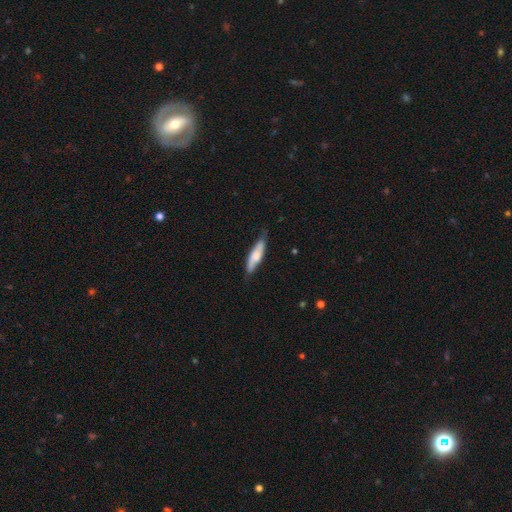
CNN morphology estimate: Smooth or featured? Predicted: smooth (p=0.59). How rounded? Predicted: cigar-shaped (p=0.66). Merging? Predicted: none (p=0.69).